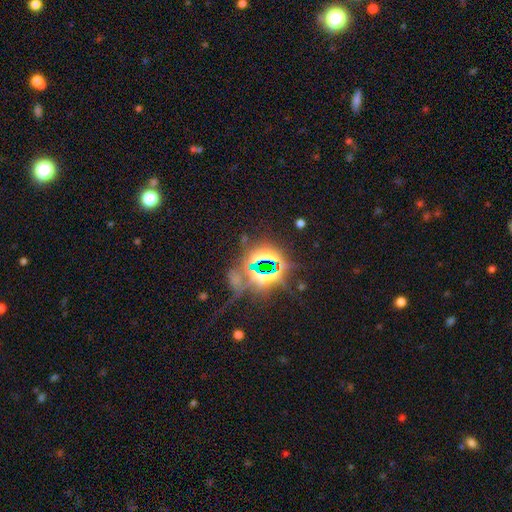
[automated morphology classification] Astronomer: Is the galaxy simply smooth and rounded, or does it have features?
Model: star or artifact — 79%.